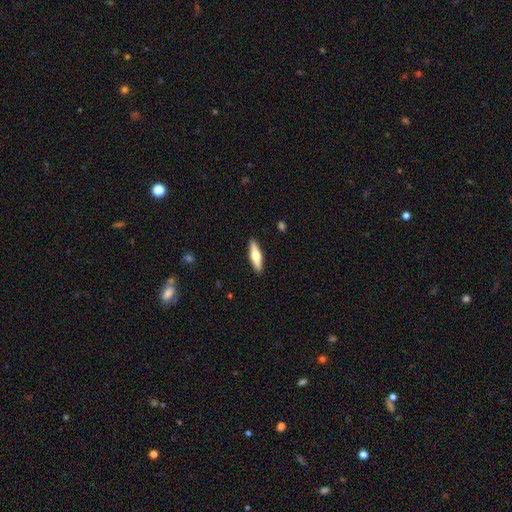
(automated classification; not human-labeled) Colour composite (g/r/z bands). It shows a smooth galaxy with no disk features (51%) that is cigar-shaped (68%). Merging: none (90%).